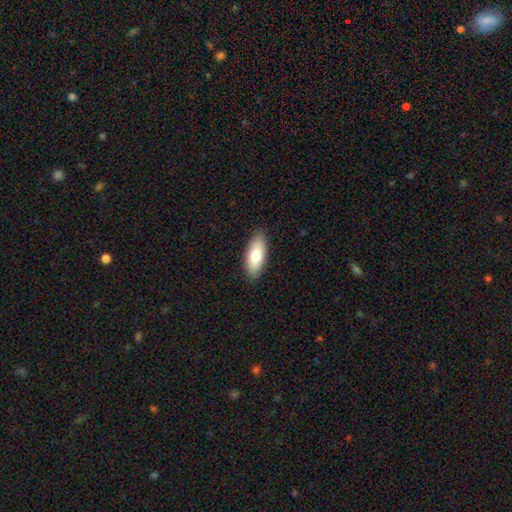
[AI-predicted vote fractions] smooth-or-featured: smooth: 79% | featured or disk: 15% | star or artifact: 6%
  how-rounded: in between: 78% | cigar-shaped: 20% | round: 2%
  merging: none: 88% | minor disturbance: 9% | major disturbance: 2% | merger: 1%